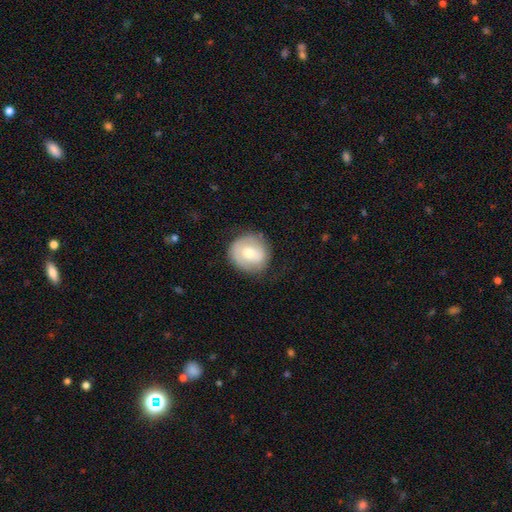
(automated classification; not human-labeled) Smooth or featured?
  - smooth: 57% *
  - featured or disk: 36%
  - star or artifact: 7%
How rounded?
  - round: 87% *
  - in between: 12%
  - cigar-shaped: 1%
Merging?
  - none: 76% *
  - minor disturbance: 17%
  - major disturbance: 6%
  - merger: 1%